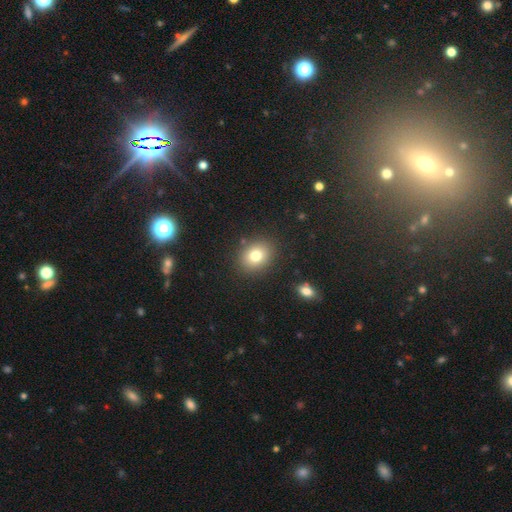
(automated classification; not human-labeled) Smooth or featured: smooth — 78% (star or artifact — 12%)
How rounded: round — 57% (in between — 43%)
Merging: none — 87% (minor disturbance — 8%)